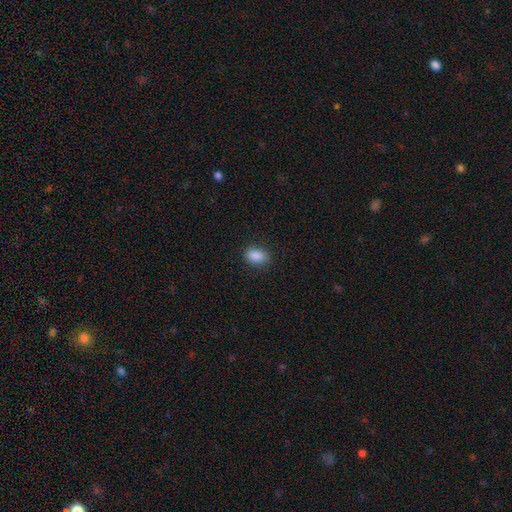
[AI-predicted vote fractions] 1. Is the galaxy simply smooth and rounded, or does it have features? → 89% smooth, 8% star or artifact, 3% featured or disk.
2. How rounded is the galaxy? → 85% in between, 14% round, 2% cigar-shaped.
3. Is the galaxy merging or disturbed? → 86% none, 10% minor disturbance, 2% major disturbance, 1% merger.